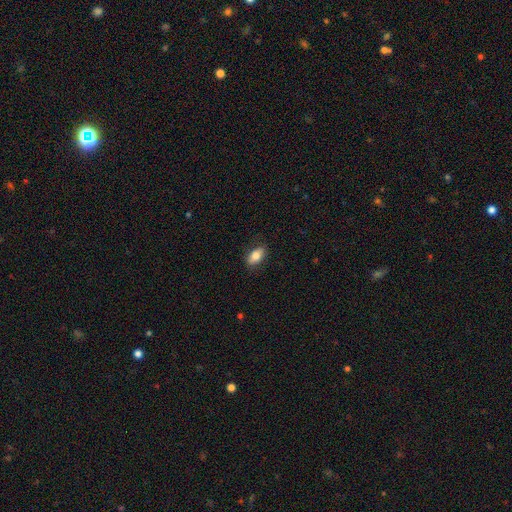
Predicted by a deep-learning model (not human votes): Morphology: type=smooth (79%); roundness=in between (89%); merging=none (85%).